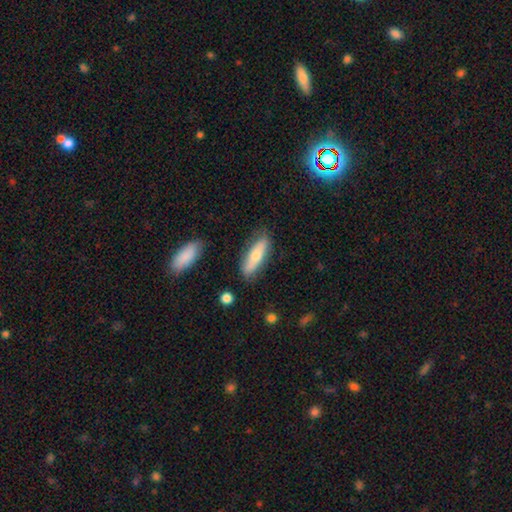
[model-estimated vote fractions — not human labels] Morphology: type=smooth (67%); roundness=cigar-shaped (54%); merging=none (79%).